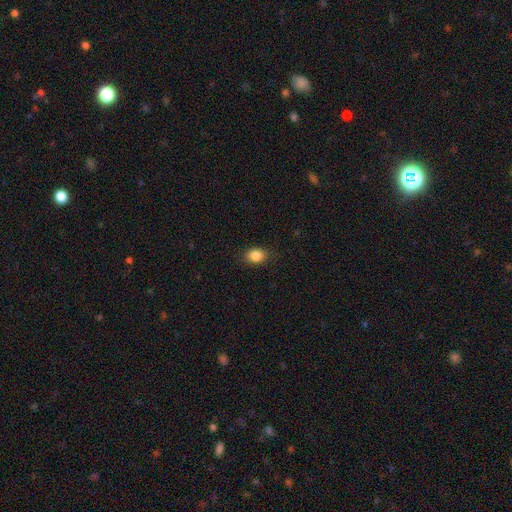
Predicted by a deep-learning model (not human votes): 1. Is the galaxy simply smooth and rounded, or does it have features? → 85% smooth, 10% star or artifact, 5% featured or disk.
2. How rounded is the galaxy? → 58% in between, 41% round, 1% cigar-shaped.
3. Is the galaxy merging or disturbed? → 84% none, 12% minor disturbance, 3% major disturbance, 1% merger.